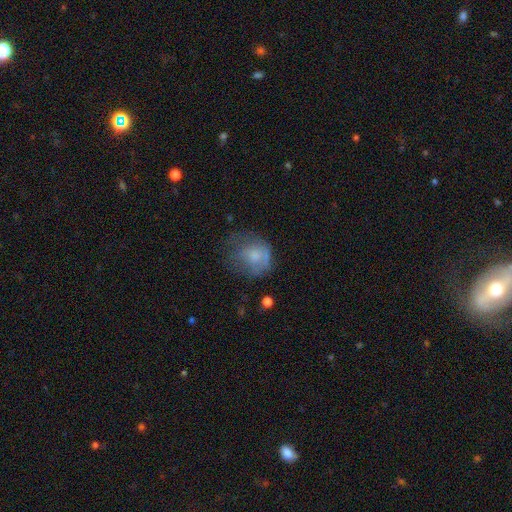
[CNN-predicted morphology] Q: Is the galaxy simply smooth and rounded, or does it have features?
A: smooth — 62%.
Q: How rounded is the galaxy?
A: round — 66%.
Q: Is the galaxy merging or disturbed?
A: none — 37%.